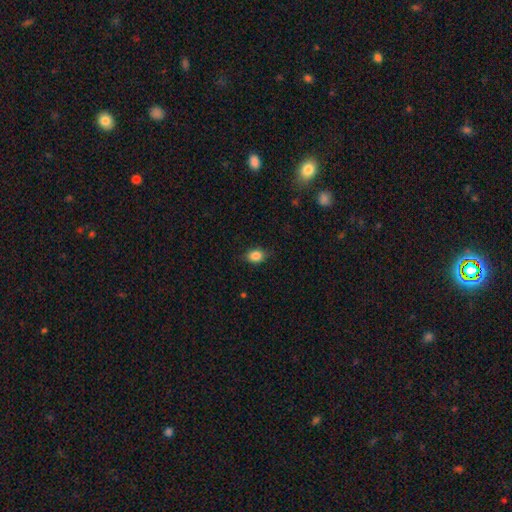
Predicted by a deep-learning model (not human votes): Smooth or featured? smooth (86%)
How rounded? in between (66%)
Merging? none (82%)